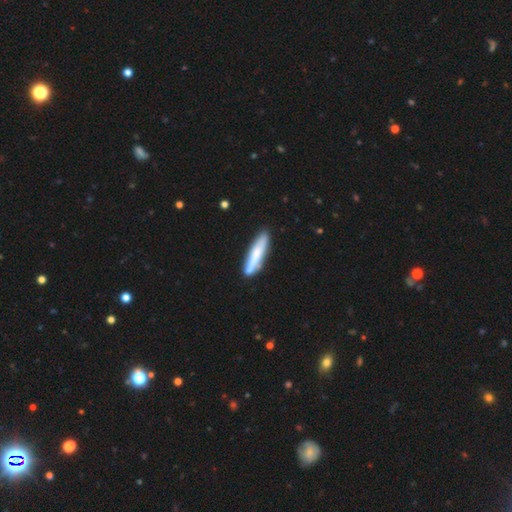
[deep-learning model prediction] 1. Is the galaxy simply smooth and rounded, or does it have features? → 68% smooth, 26% featured or disk, 6% star or artifact.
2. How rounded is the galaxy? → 86% cigar-shaped, 13% in between, 1% round.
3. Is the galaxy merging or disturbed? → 78% none, 15% minor disturbance, 4% merger, 3% major disturbance.